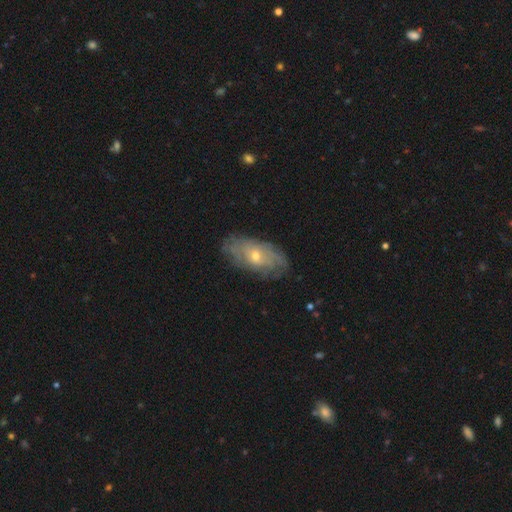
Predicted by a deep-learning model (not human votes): This appears to be a featured or disk galaxy (68%) with no bar (75%), spiral arms (76%) and a small central bulge (56%). Merging: none (75%).